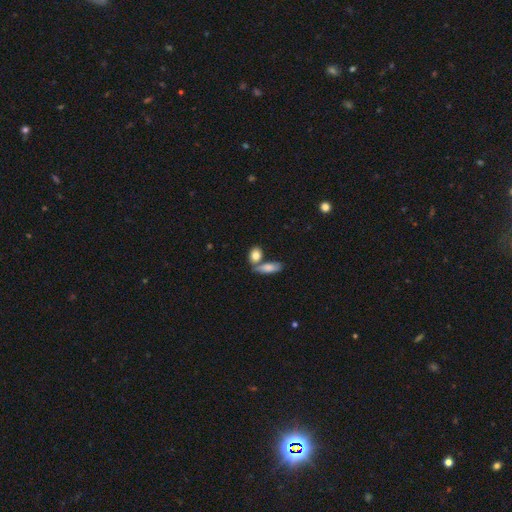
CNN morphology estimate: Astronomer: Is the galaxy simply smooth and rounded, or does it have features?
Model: smooth — 82%.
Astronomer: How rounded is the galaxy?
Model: in between — 71%.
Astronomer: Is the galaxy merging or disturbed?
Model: none — 51% (runner-up: merger, 33%).